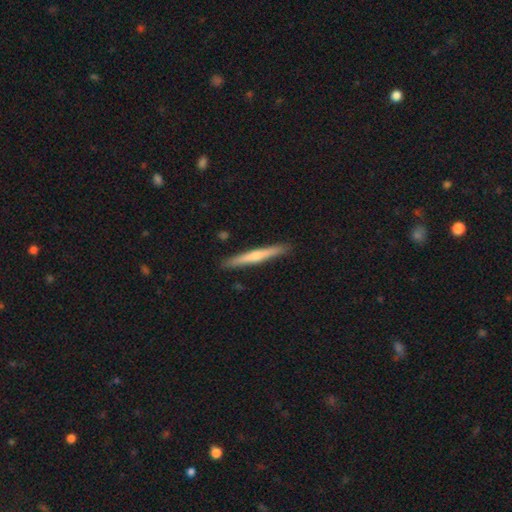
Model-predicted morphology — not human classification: smooth-or-featured: smooth: 48% | featured or disk: 47% | star or artifact: 5%
  merging: none: 91% | minor disturbance: 7% | major disturbance: 1% | merger: 1%